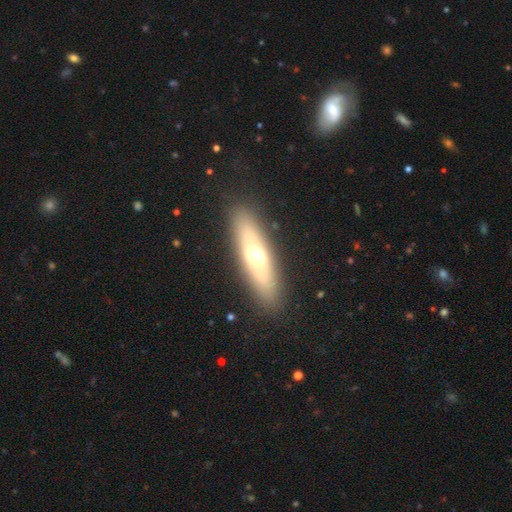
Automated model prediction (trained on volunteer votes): Smooth or featured: smooth — 52% (featured or disk — 40%)
How rounded: cigar-shaped — 57% (in between — 40%)
Merging: none — 88% (minor disturbance — 8%)